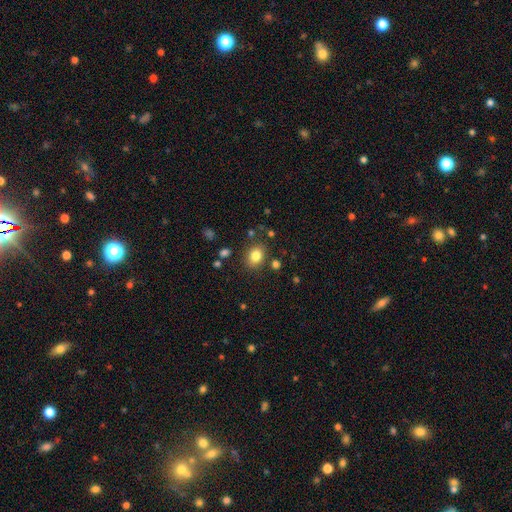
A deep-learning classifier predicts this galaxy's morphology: type=smooth (82%); roundness=in between (57%); merging=none (81%).